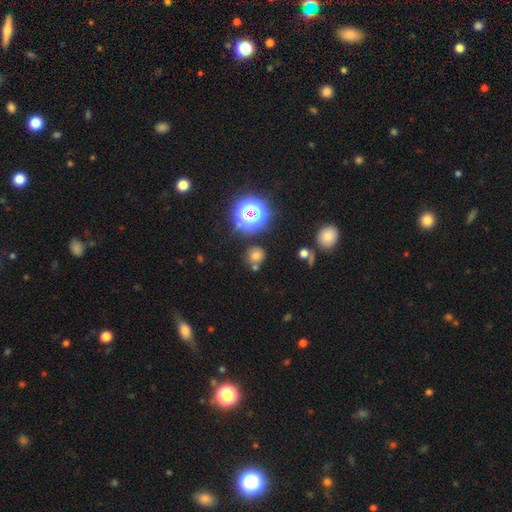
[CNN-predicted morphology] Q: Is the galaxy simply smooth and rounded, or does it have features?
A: smooth — 63%.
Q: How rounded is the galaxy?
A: round — 88%.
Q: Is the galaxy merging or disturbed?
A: none — 76%.